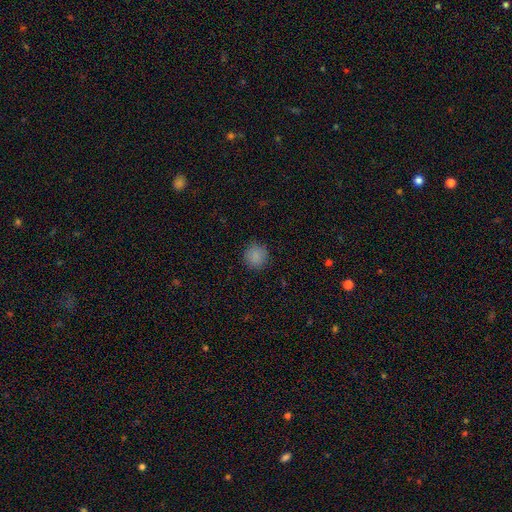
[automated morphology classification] The model was most divided on "smooth or featured": smooth: 86%, star or artifact: 10%, featured or disk: 4%. More confident: how rounded — round (92%); merging — none (88%).